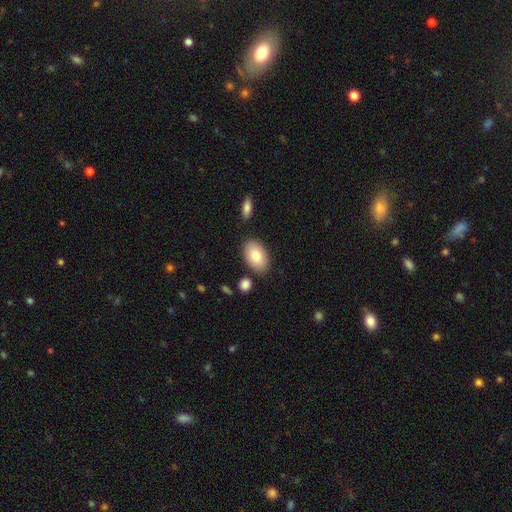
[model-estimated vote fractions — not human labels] Morphology: type=smooth (83%); roundness=in between (93%); merging=none (81%).